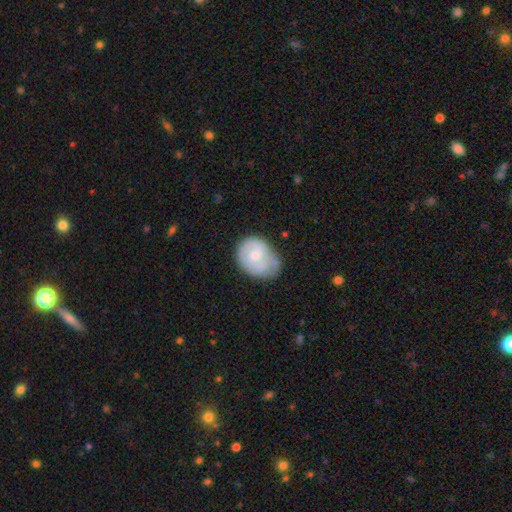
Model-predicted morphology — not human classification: Overall: featured or disk (52%; smooth 42%). Edge-on disk: no (97%). Bar: no (77%). Spiral arms: yes (60%; no 40%). Bulge size: moderate (51%; small 43%). Merging: none (47%; minor disturbance 35%).